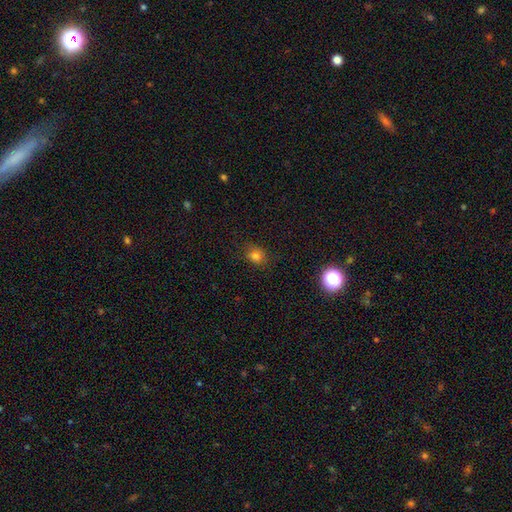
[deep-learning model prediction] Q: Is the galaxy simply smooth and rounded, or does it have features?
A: smooth — 77%.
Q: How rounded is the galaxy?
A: round — 62%.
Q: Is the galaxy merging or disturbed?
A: none — 81%.